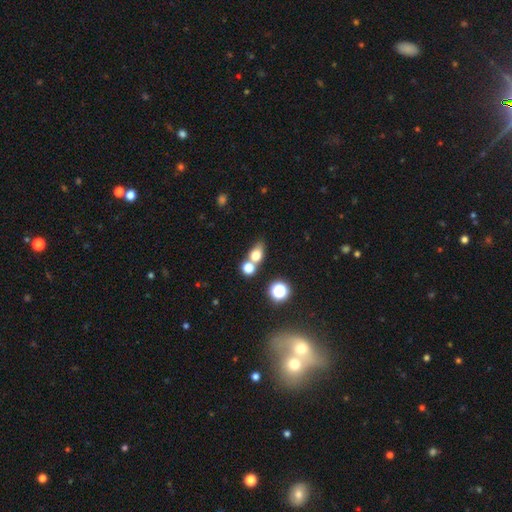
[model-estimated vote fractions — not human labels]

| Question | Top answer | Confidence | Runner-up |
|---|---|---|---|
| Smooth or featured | smooth | 72% | star or artifact (14%) |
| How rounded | in between | 58% | round (37%) |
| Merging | none | 45% | merger (41%) |